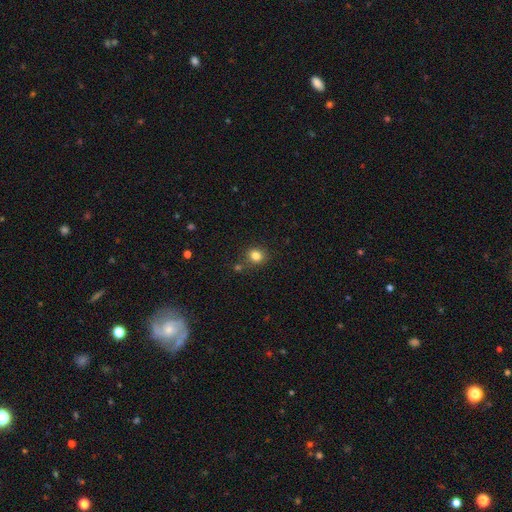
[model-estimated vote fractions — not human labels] A smooth galaxy with no disk features (82%) that is round (79%). Merging: none (80%).